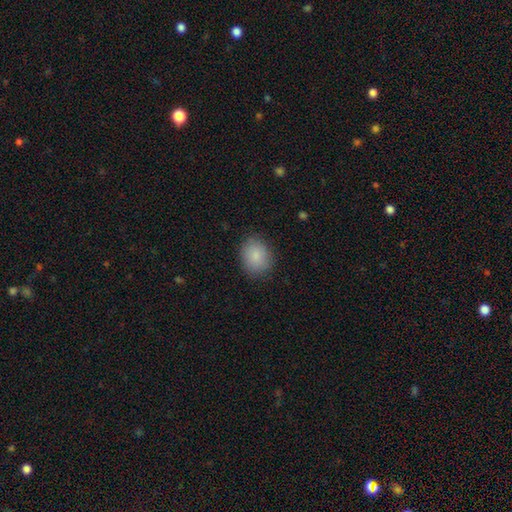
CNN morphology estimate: This appears to be a smooth galaxy with no disk features (87%) that is round (50%). Merging: none (85%).